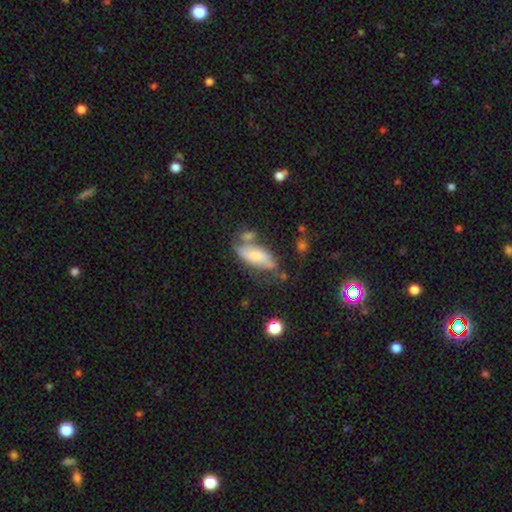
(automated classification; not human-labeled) Overall: smooth (57%; featured or disk 35%). How rounded: in between (80%). Merging: none (38%; minor disturbance 26%).